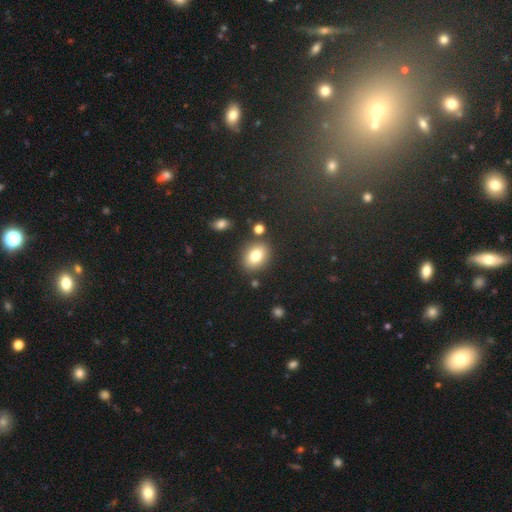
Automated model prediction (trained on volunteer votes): Smooth or featured?
  - smooth: 79% *
  - featured or disk: 11%
  - star or artifact: 10%
How rounded?
  - in between: 61% *
  - round: 37%
  - cigar-shaped: 1%
Merging?
  - none: 82% *
  - minor disturbance: 10%
  - merger: 6%
  - major disturbance: 3%